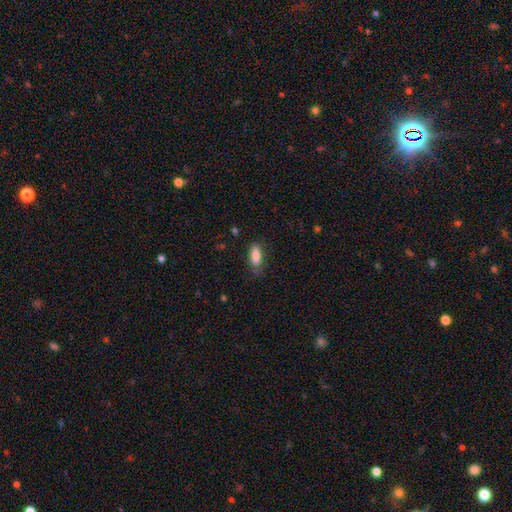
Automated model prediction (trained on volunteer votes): Q: Smooth or featured?
A: smooth (83%); runner-up: featured or disk (10%)
Q: How rounded?
A: in between (72%); runner-up: cigar-shaped (26%)
Q: Merging?
A: none (72%); runner-up: minor disturbance (21%)